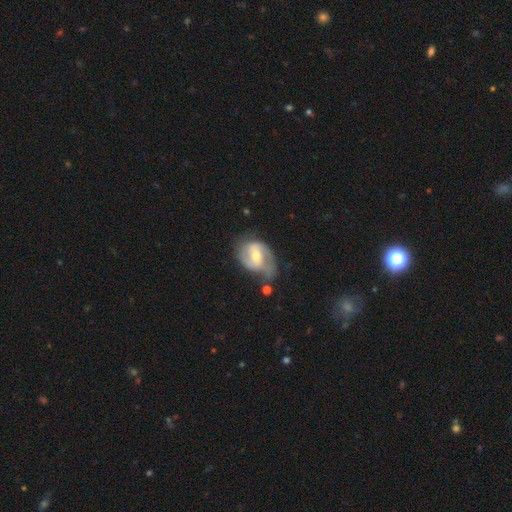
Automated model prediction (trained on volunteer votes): The model was most divided on "merging": none: 43%, minor disturbance: 30%, major disturbance: 20%, merger: 8%. Remaining: edge-on disk — no (97%); spiral arms — yes (86%); spiral arm count — 2 (76%); smooth or featured — featured or disk (73%); bulge size — moderate (58%); bar — weak (48%); spiral winding — medium (47%).